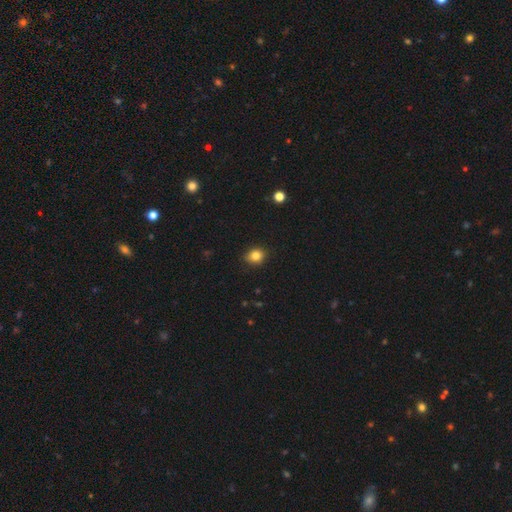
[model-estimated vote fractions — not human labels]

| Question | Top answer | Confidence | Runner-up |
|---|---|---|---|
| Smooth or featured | smooth | 84% | star or artifact (11%) |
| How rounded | round | 63% | in between (36%) |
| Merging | none | 87% | minor disturbance (10%) |